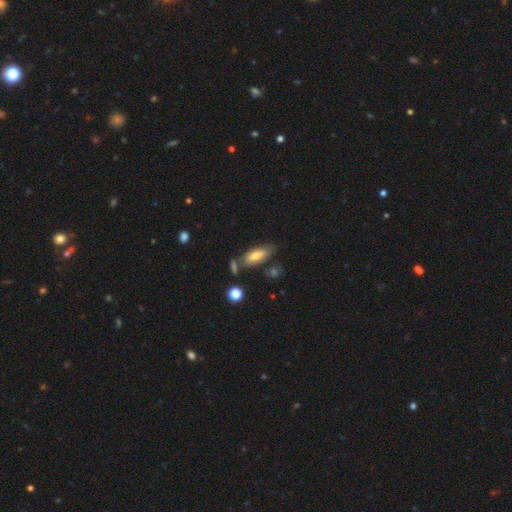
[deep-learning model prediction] This is likely a smooth galaxy (64%). How rounded: likely in between (68%). Merging: likely none (62%).